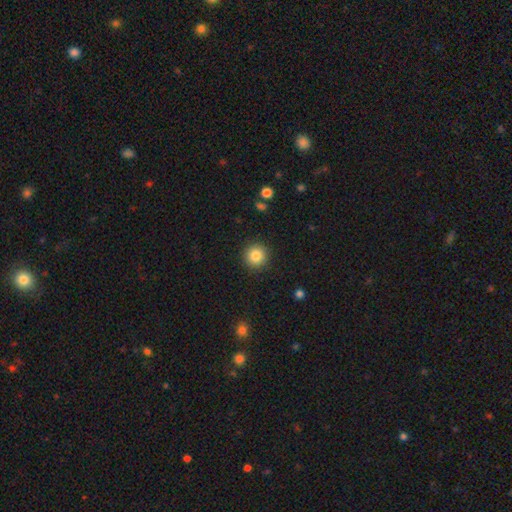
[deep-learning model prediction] This appears to be a smooth galaxy with no disk features (85%) that is round (94%). Merging: none (92%).